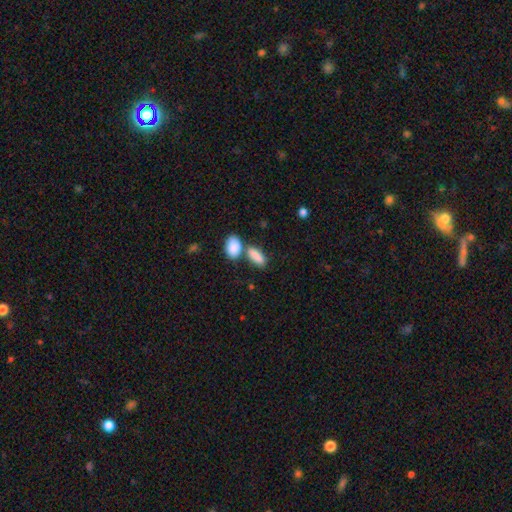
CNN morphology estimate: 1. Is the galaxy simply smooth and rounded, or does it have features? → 87% smooth, 7% star or artifact, 6% featured or disk.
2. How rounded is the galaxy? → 82% in between, 13% cigar-shaped, 5% round.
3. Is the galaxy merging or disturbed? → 46% none, 40% merger, 11% minor disturbance, 4% major disturbance.